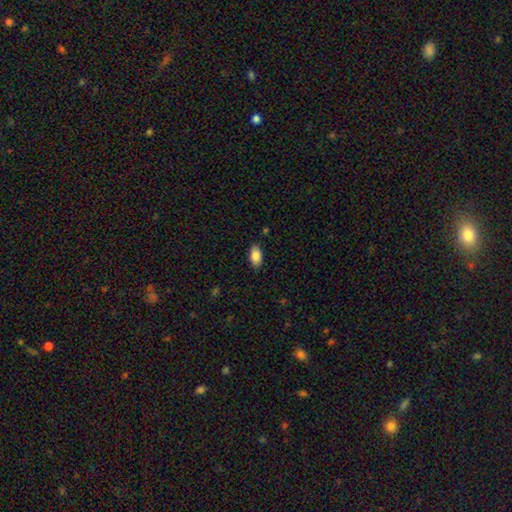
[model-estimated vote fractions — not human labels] smooth 87%, star or artifact 7%, featured or disk 6%. Down the decision tree: how rounded — in between (93%); merging — none (87%).